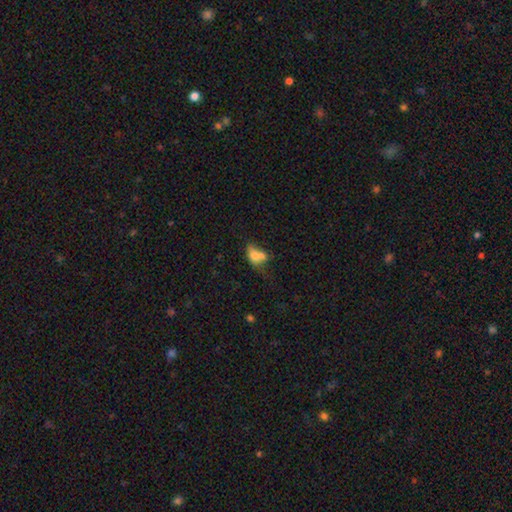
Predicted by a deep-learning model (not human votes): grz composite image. It shows a smooth galaxy with no disk features (69%) that is in between round and cigar-shaped (74%). Merging: merger (50%).